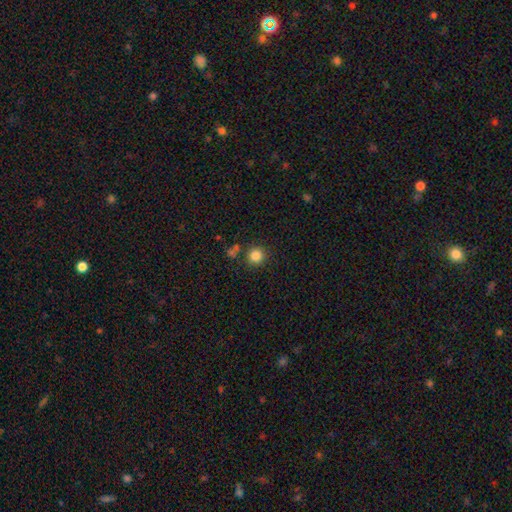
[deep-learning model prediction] Smooth or featured? smooth (85%)
How rounded? round (93%)
Merging? none (83%)